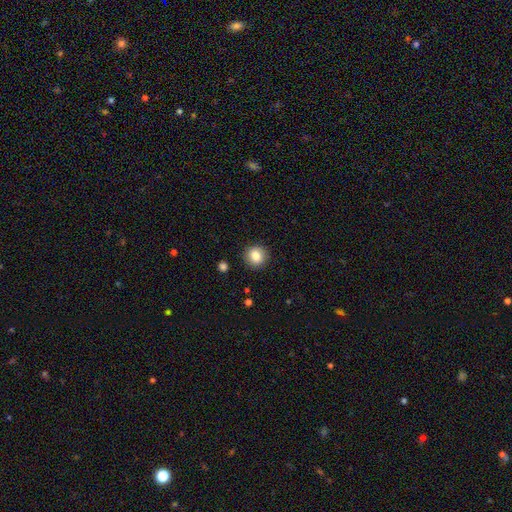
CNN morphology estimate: This appears to be a smooth galaxy with no disk features (85%) that is round (91%). Merging: none (91%).